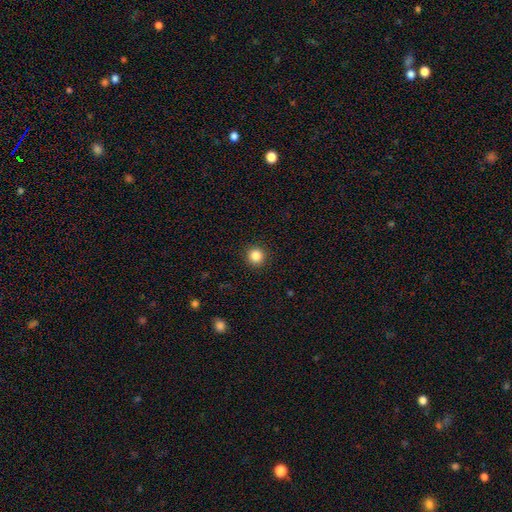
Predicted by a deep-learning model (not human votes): Smooth or featured? smooth (86%)
How rounded? round (94%)
Merging? none (93%)